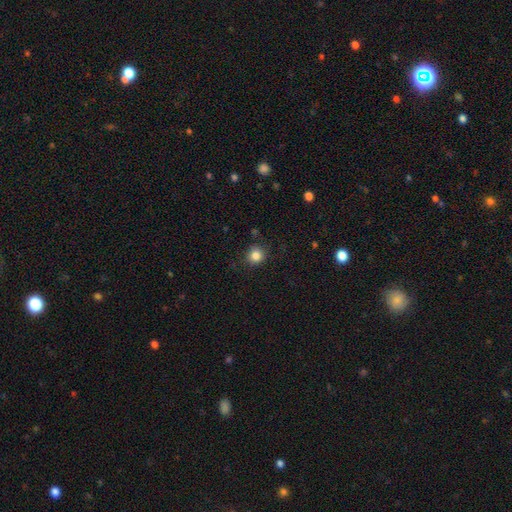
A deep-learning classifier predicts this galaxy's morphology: Smooth or featured? Predicted: smooth (p=0.84). How rounded? Predicted: round (p=0.91). Merging? Predicted: none (p=0.88).